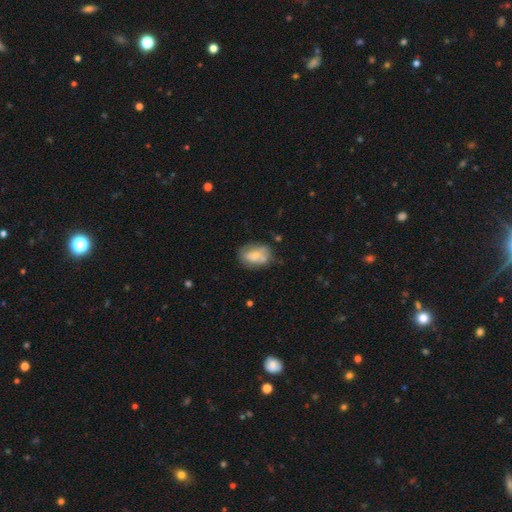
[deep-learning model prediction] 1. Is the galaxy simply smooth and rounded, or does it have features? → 55% smooth, 37% featured or disk, 8% star or artifact.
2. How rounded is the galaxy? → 80% in between, 19% round, 1% cigar-shaped.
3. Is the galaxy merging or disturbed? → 48% none, 27% minor disturbance, 14% merger, 11% major disturbance.